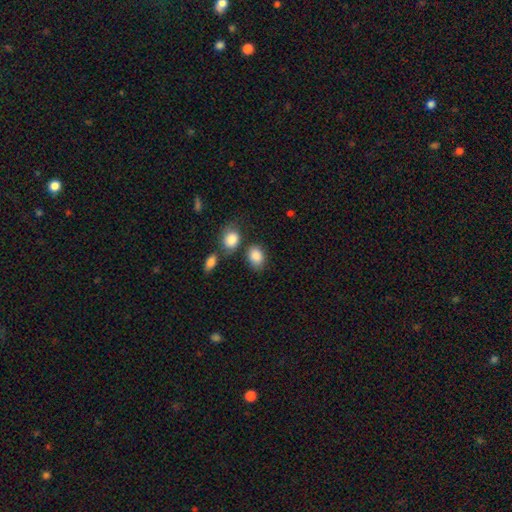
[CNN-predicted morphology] A smooth galaxy with no disk features (87%) that is in between round and cigar-shaped (72%).

Vote fractions:
- Smooth or featured? smooth: 87% / star or artifact: 8% / featured or disk: 5%
- How rounded? in between: 72% / round: 27% / cigar-shaped: 1%
- Merging? none: 64% / minor disturbance: 17% / merger: 14% / major disturbance: 5%